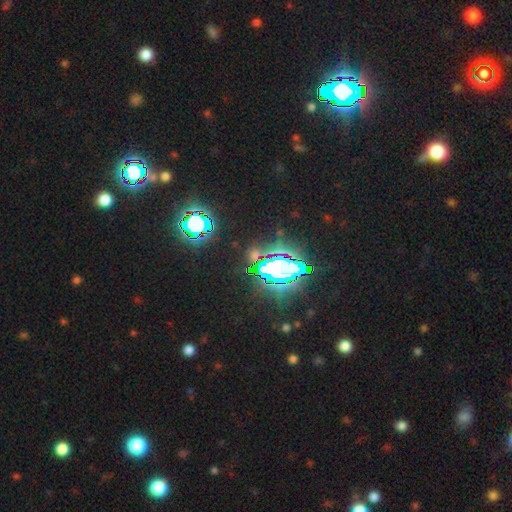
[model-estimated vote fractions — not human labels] Morphology: type=star or artifact (73%).